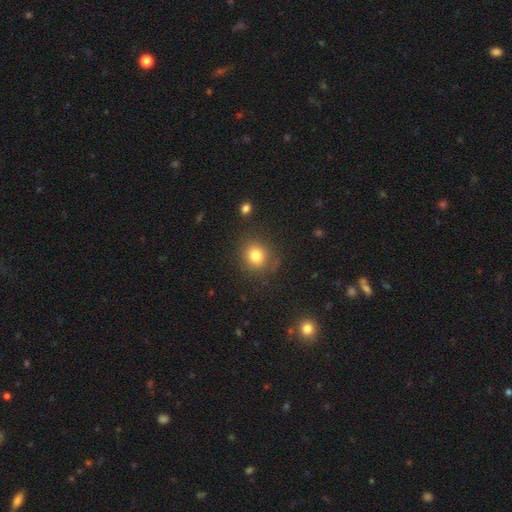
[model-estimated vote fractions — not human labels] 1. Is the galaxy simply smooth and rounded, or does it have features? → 80% smooth, 12% star or artifact, 8% featured or disk.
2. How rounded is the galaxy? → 78% round, 21% in between, 1% cigar-shaped.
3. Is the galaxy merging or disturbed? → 81% none, 12% minor disturbance, 4% major disturbance, 2% merger.